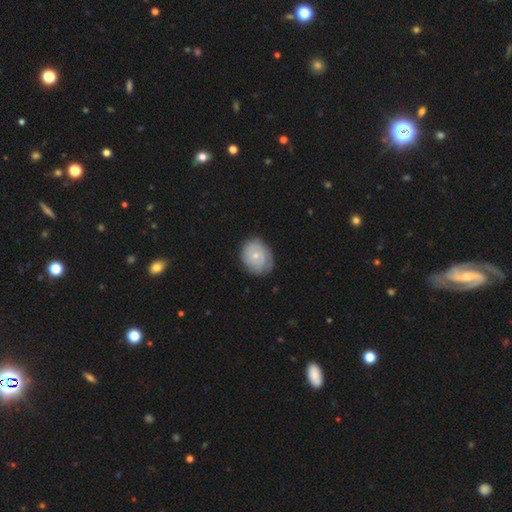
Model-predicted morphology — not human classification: Smooth or featured? Predicted: smooth (p=0.53). How rounded? Predicted: round (p=0.59). Merging? Predicted: none (p=0.69).